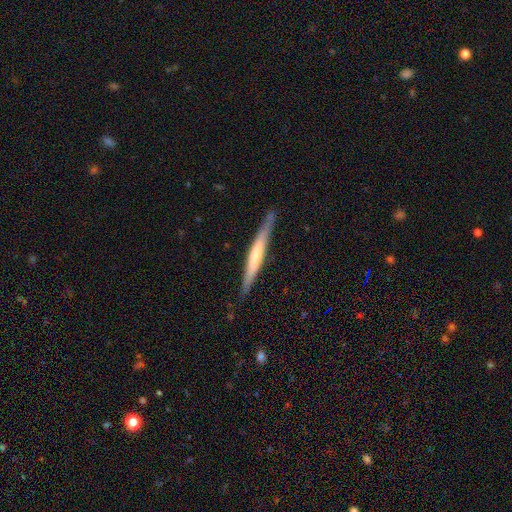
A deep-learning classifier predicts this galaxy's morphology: A featured or disk galaxy (49%).

Vote fractions:
- Smooth or featured? featured or disk: 49% / smooth: 46% / star or artifact: 5%
- Merging? none: 85% / minor disturbance: 12% / major disturbance: 2% / merger: 1%